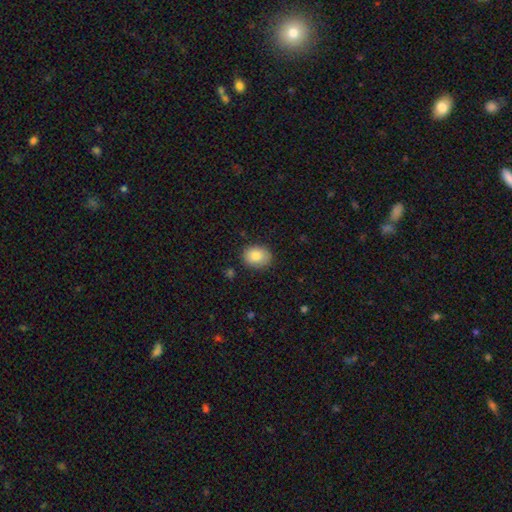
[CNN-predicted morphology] Q: Smooth or featured?
A: smooth (85%); runner-up: star or artifact (8%)
Q: How rounded?
A: in between (52%); runner-up: round (47%)
Q: Merging?
A: none (83%); runner-up: minor disturbance (13%)